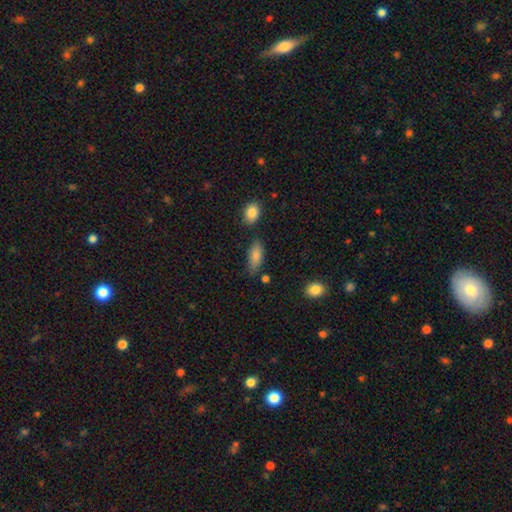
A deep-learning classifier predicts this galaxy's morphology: smooth 85%, featured or disk 8%, star or artifact 7%. Down the decision tree: how rounded — in between (81%); merging — none (71%).